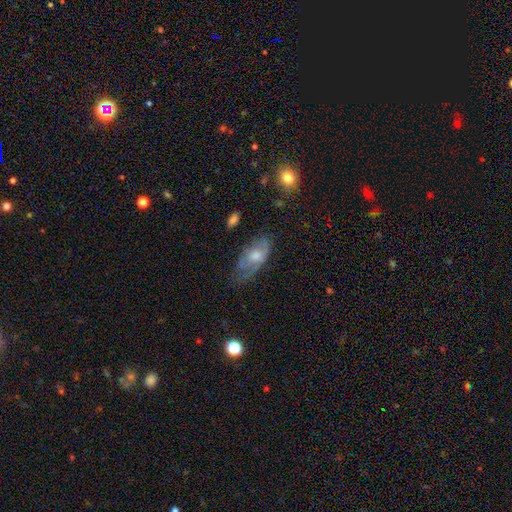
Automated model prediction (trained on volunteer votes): smooth_or_featured: smooth (p=0.52) [alt: featured or disk p=0.40]
how_rounded: in between (p=0.87) [alt: cigar-shaped p=0.08]
merging: none (p=0.42) [alt: minor disturbance p=0.34]